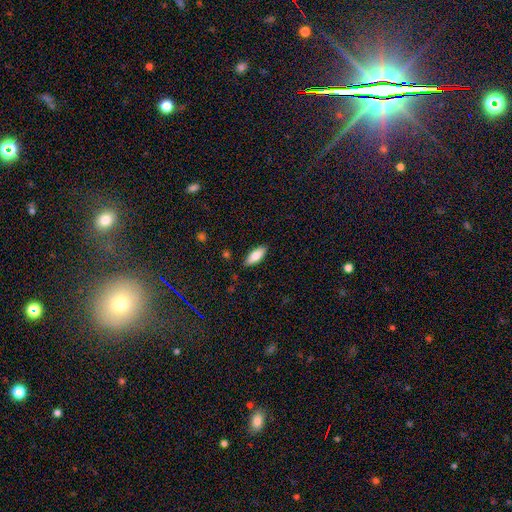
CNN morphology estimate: A smooth galaxy with no disk features (78%) that is in between round and cigar-shaped (75%). Merging: none (87%).